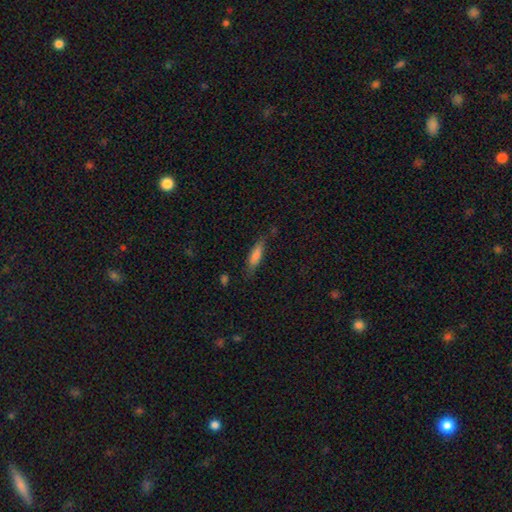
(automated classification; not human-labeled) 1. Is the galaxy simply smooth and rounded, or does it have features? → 74% smooth, 18% featured or disk, 8% star or artifact.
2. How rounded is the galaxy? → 68% cigar-shaped, 30% in between, 2% round.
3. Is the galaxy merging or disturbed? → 73% none, 19% minor disturbance, 5% major disturbance, 3% merger.